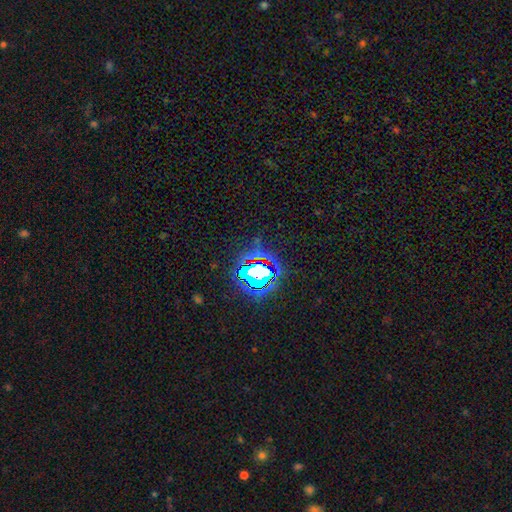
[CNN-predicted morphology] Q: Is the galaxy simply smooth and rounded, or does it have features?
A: star or artifact — 83%.